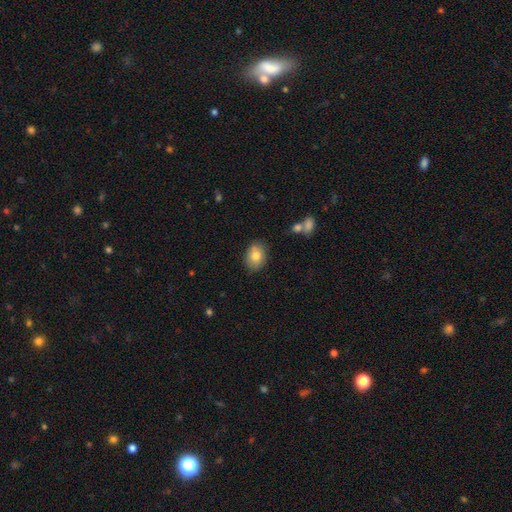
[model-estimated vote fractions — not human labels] Overall: smooth (80%). How rounded: in between (71%). Merging: none (83%).